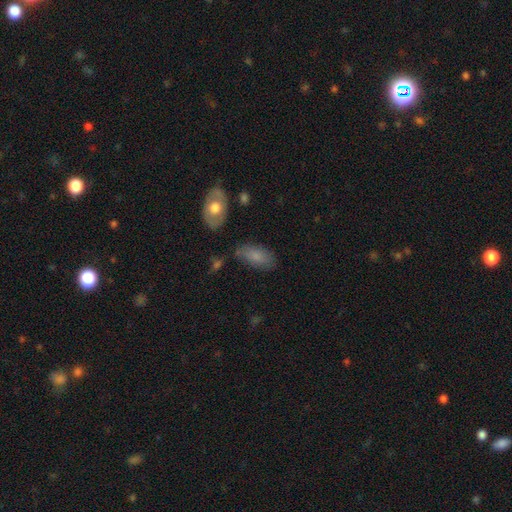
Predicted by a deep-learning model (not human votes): This is likely a smooth galaxy (77%). How rounded: clearly in between (91%). Merging: likely none (70%).